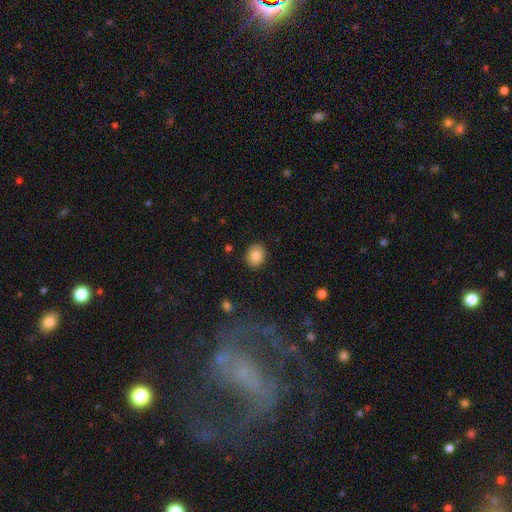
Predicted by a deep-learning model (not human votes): Smooth or featured?
  - smooth: 86% *
  - star or artifact: 8%
  - featured or disk: 6%
How rounded?
  - round: 62% *
  - in between: 37%
  - cigar-shaped: 1%
Merging?
  - none: 89% *
  - minor disturbance: 7%
  - major disturbance: 2%
  - merger: 1%